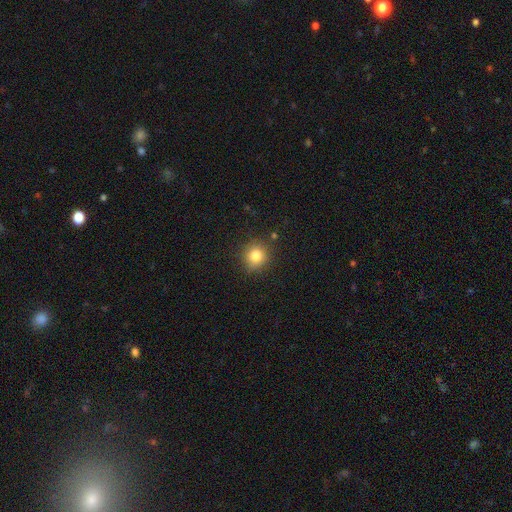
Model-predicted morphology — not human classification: A smooth galaxy with no disk features (82%) that is round (89%).

Vote fractions:
- Smooth or featured? smooth: 82% / star or artifact: 11% / featured or disk: 6%
- How rounded? round: 89% / in between: 10% / cigar-shaped: 1%
- Merging? none: 85% / minor disturbance: 10% / major disturbance: 3% / merger: 2%